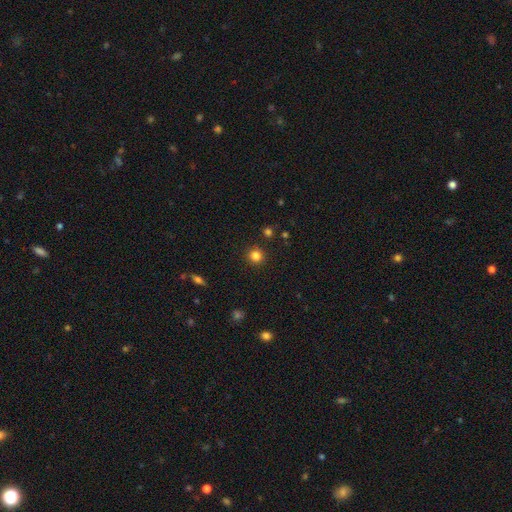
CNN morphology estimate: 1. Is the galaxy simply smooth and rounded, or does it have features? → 82% smooth, 13% star or artifact, 5% featured or disk.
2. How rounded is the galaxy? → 94% round, 5% in between, 1% cigar-shaped.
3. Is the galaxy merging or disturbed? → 91% none, 5% minor disturbance, 2% major disturbance, 2% merger.